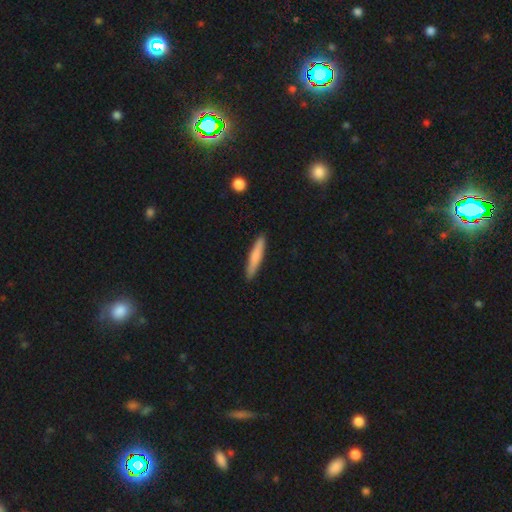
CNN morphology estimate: Smooth or featured?
  - smooth: 73% *
  - featured or disk: 22%
  - star or artifact: 5%
How rounded?
  - cigar-shaped: 93% *
  - in between: 6%
  - round: 1%
Merging?
  - none: 90% *
  - minor disturbance: 7%
  - major disturbance: 1%
  - merger: 1%